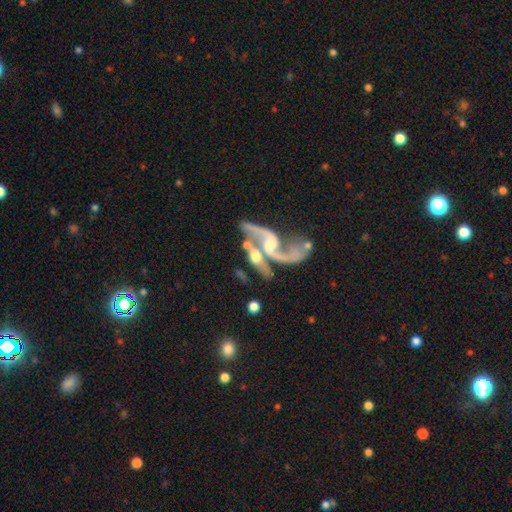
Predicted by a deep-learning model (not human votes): featured or disk 84%, smooth 10%, star or artifact 6%. Down the decision tree: edge-on disk — no (95%); bar — no (48%); spiral arms — yes (89%); spiral arm count — 2 (85%); spiral winding — loose (82%); bulge size — moderate (45%); merging — merger (45%).